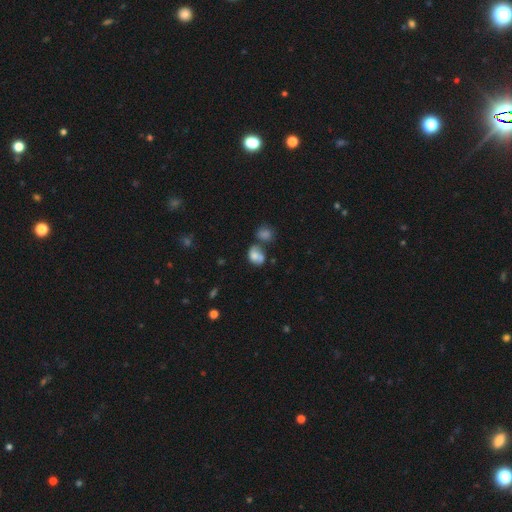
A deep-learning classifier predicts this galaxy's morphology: The model was most divided on "merging": merger: 34%, none: 33%, minor disturbance: 21%, major disturbance: 12%. More confident: how rounded — in between (64%); smooth or featured — smooth (63%).